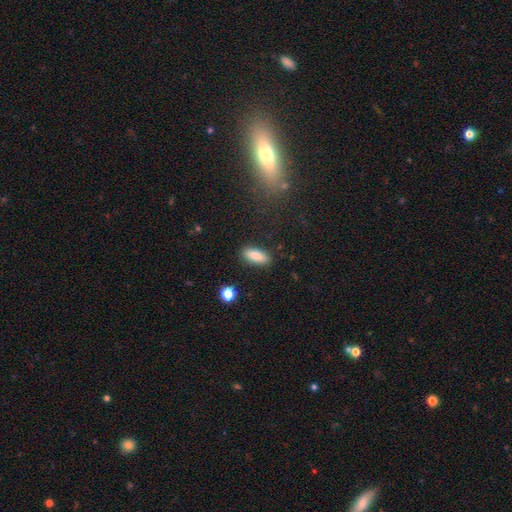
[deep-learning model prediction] Morphology: type=smooth (85%); roundness=in between (75%); merging=none (87%).